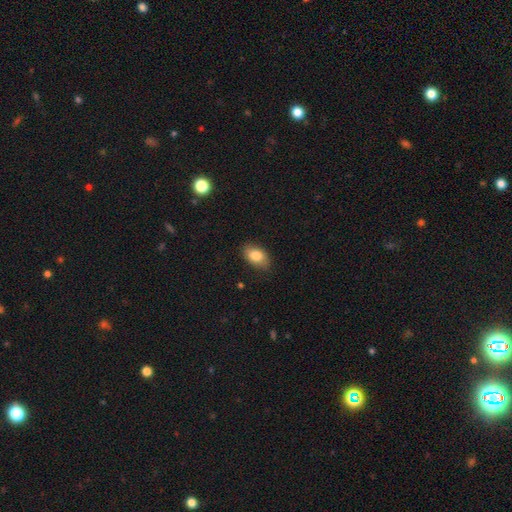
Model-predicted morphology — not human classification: A smooth galaxy with no disk features (83%) that is in between round and cigar-shaped (89%). Merging: none (80%).